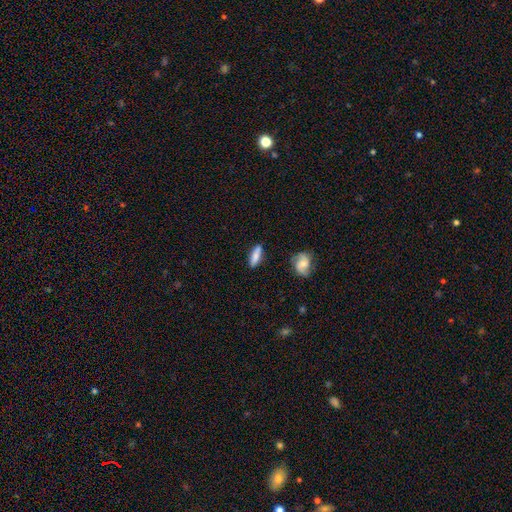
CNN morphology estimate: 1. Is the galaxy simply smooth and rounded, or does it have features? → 73% smooth, 20% featured or disk, 6% star or artifact.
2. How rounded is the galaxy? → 57% cigar-shaped, 41% in between, 3% round.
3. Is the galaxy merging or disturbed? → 79% none, 14% minor disturbance, 4% merger, 3% major disturbance.